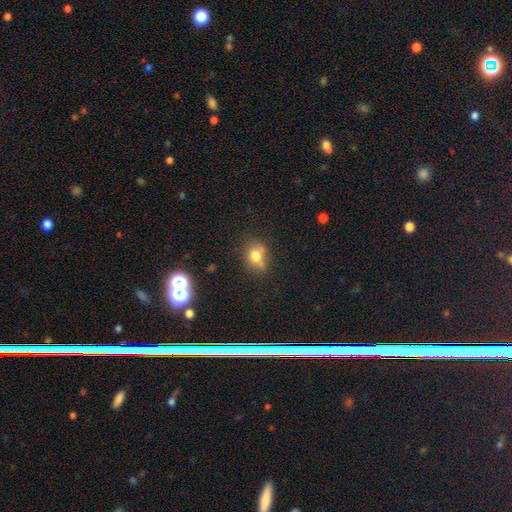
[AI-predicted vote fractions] A smooth galaxy with no disk features (72%) that is round (58%). Merging: none (53%).